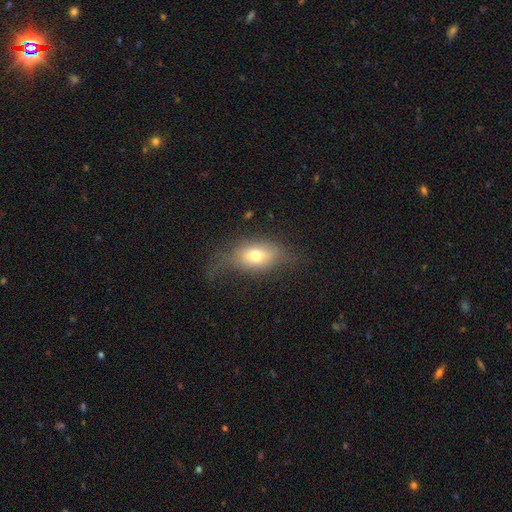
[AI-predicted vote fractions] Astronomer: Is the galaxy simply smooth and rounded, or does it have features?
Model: smooth — 65%.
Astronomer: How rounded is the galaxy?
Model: in between — 78%.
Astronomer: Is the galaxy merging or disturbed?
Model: none — 49% (runner-up: minor disturbance, 25%).